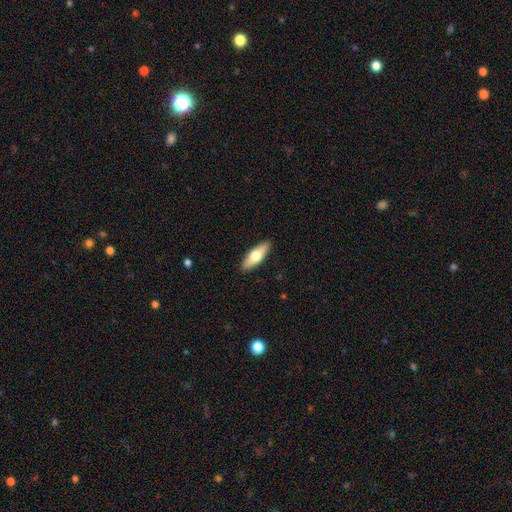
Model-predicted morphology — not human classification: A smooth galaxy with no disk features (61%) that is in between round and cigar-shaped (58%). Merging: none (90%).